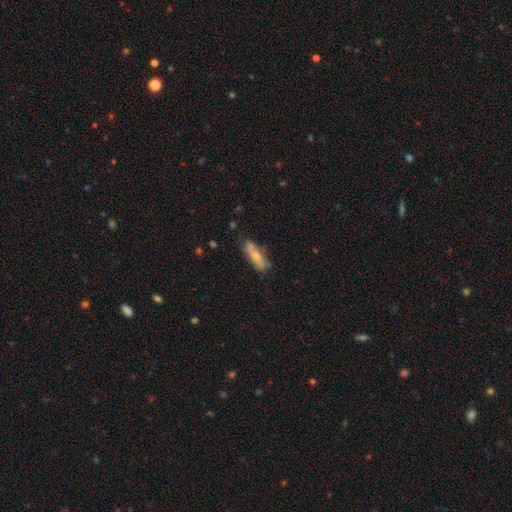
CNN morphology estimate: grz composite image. It shows a smooth galaxy with no disk features (63%) that is cigar-shaped (51%). Merging: none (66%).